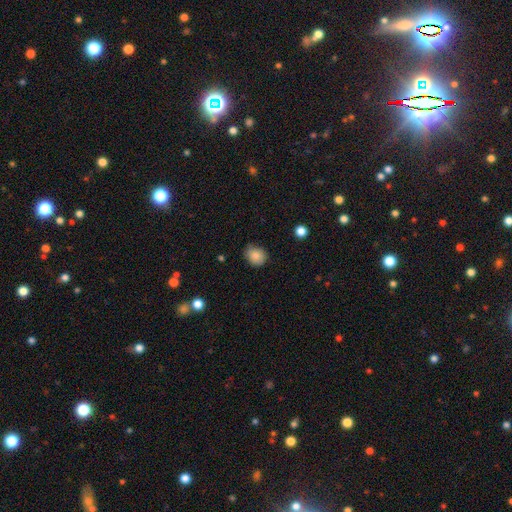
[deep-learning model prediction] Morphology: type=smooth (85%); roundness=round (68%); merging=none (74%).